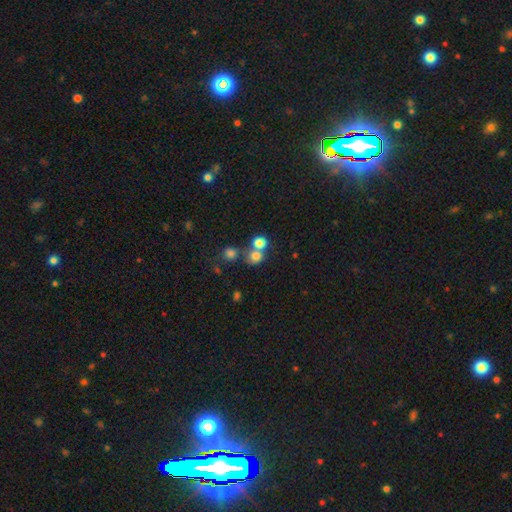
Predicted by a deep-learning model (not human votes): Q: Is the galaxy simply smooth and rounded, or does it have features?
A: smooth — 75%.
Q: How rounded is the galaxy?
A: round — 81%.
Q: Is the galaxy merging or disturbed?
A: none — 48%.